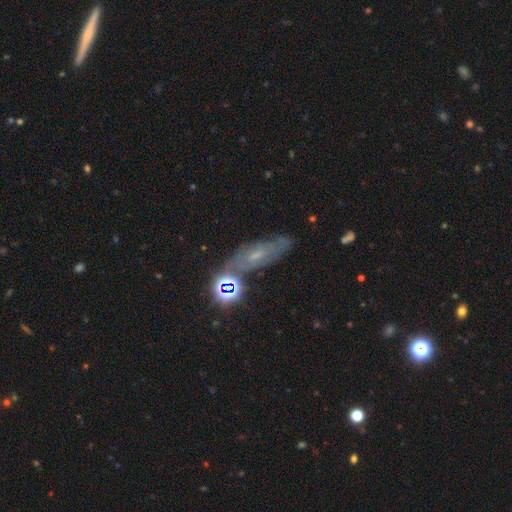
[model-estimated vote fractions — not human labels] The model was most divided on "smooth or featured": featured or disk: 44%, star or artifact: 29%, smooth: 27%. More confident: merging — none (64%).